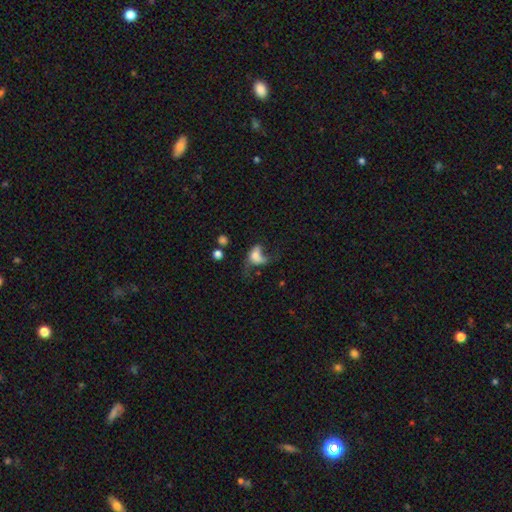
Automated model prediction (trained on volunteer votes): Q: Smooth or featured?
A: smooth (54%); runner-up: featured or disk (34%)
Q: How rounded?
A: in between (75%); runner-up: round (21%)
Q: Merging?
A: major disturbance (50%); runner-up: none (20%)